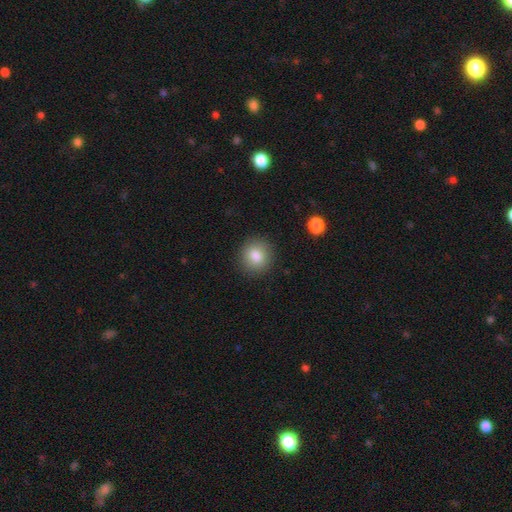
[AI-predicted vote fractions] smooth-or-featured: smooth: 83% | star or artifact: 9% | featured or disk: 8%
  how-rounded: round: 81% | in between: 18% | cigar-shaped: 1%
  merging: none: 88% | minor disturbance: 8% | major disturbance: 3% | merger: 1%